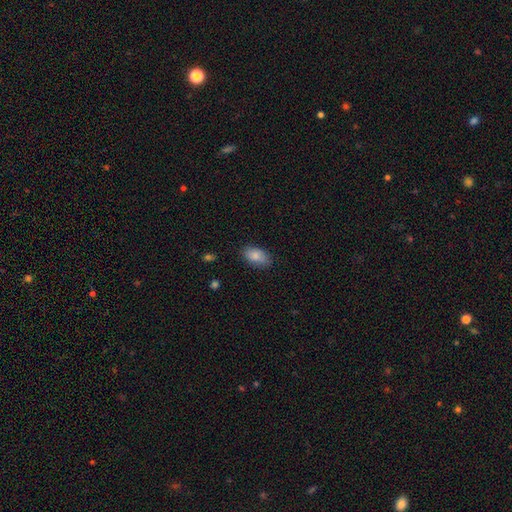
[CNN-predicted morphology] smooth_or_featured: smooth (p=0.86) [alt: featured or disk p=0.08]
how_rounded: in between (p=0.93) [alt: round p=0.05]
merging: none (p=0.82) [alt: minor disturbance p=0.14]